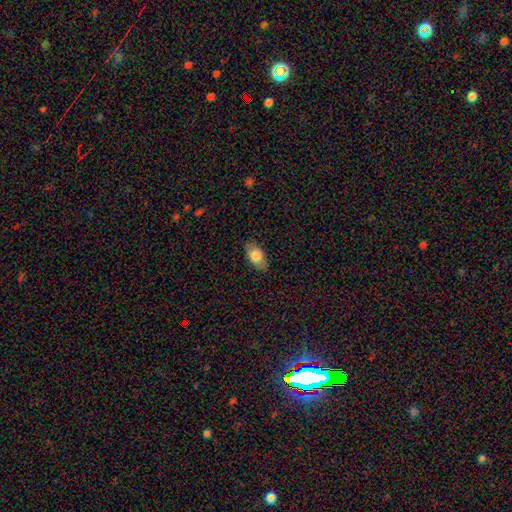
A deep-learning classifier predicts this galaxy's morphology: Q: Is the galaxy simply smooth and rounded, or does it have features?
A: smooth — 75%.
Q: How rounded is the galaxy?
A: in between — 91%.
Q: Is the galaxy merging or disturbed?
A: none — 84%.